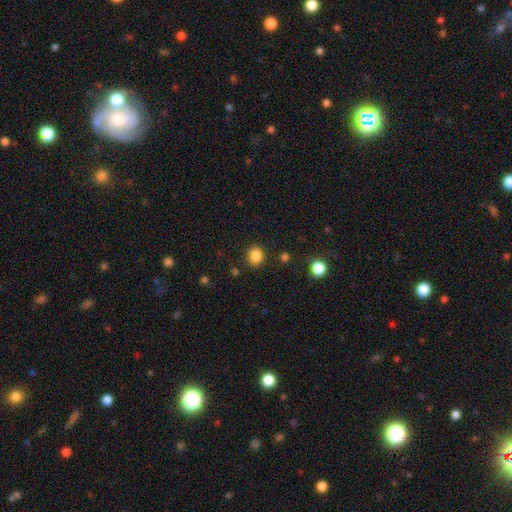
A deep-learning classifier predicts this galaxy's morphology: smooth 85%, star or artifact 11%, featured or disk 4%. Down the decision tree: how rounded — round (71%); merging — none (87%).